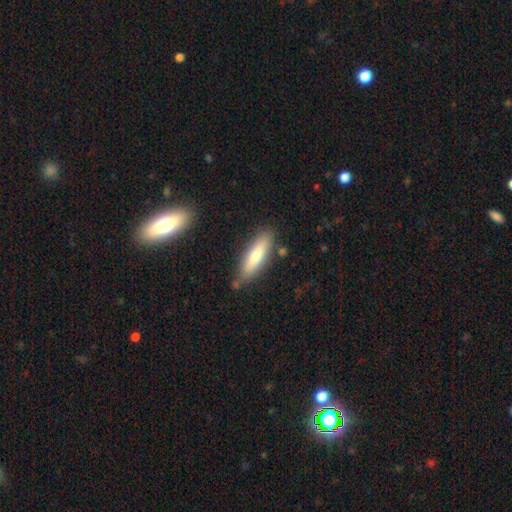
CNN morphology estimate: A smooth galaxy with no disk features (73%) that is cigar-shaped (59%).

Vote fractions:
- Smooth or featured? smooth: 73% / featured or disk: 21% / star or artifact: 6%
- How rounded? cigar-shaped: 59% / in between: 39% / round: 2%
- Merging? none: 77% / minor disturbance: 15% / merger: 5% / major disturbance: 3%